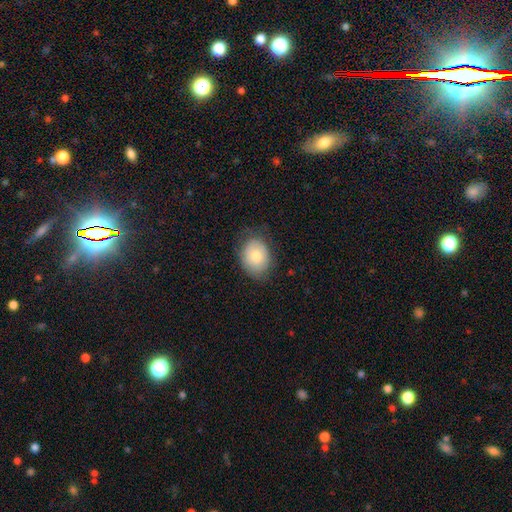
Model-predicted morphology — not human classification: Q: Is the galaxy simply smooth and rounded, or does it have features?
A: smooth — 75%.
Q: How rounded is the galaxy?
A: in between — 58%.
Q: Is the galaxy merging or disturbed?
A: none — 72%.